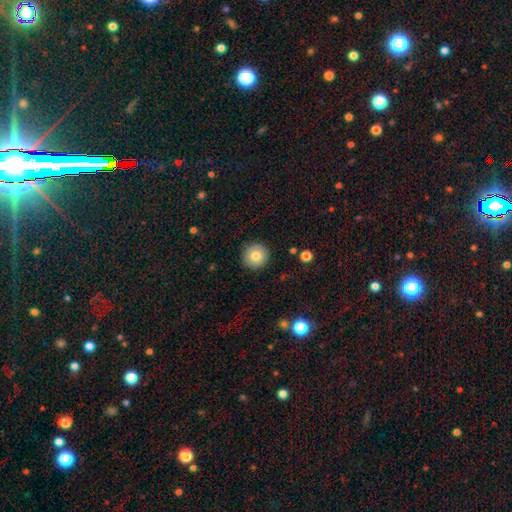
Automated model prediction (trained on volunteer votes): A smooth galaxy with no disk features (81%) that is round (96%).

Vote fractions:
- Smooth or featured? smooth: 81% / featured or disk: 10% / star or artifact: 9%
- How rounded? round: 96% / in between: 3% / cigar-shaped: 1%
- Merging? none: 92% / minor disturbance: 6% / major disturbance: 2% / merger: 1%